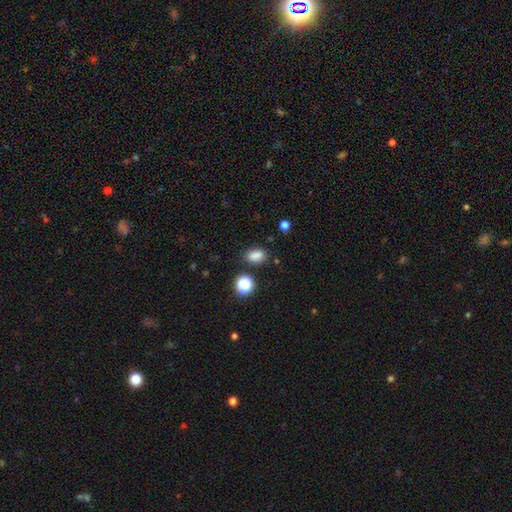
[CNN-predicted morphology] Smooth or featured? Predicted: smooth (p=0.82). How rounded? Predicted: in between (p=0.81). Merging? Predicted: none (p=0.79).